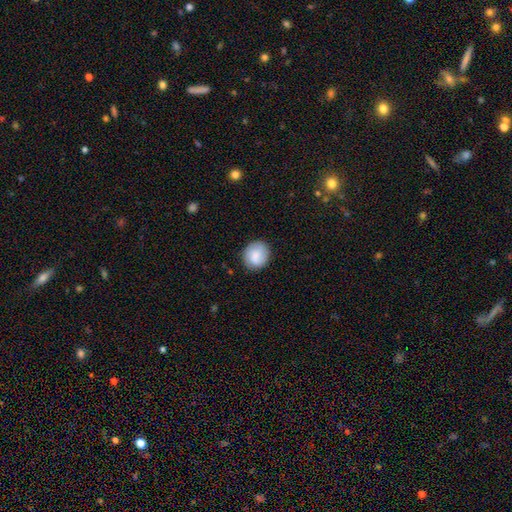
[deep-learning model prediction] Morphology: type=smooth (77%); roundness=round (82%); merging=none (84%).